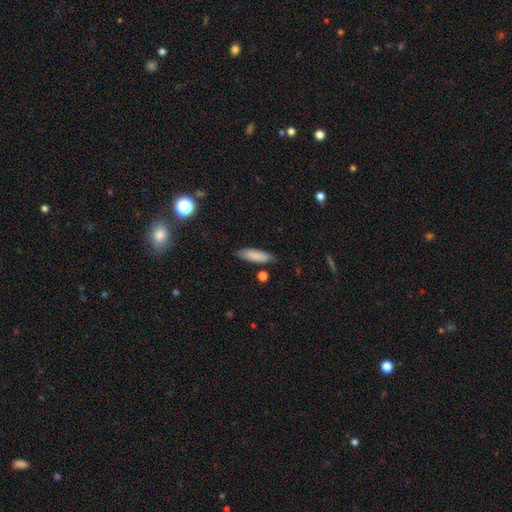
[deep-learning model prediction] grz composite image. It shows a smooth galaxy with no disk features (84%) that is cigar-shaped (52%). Merging: none (82%).